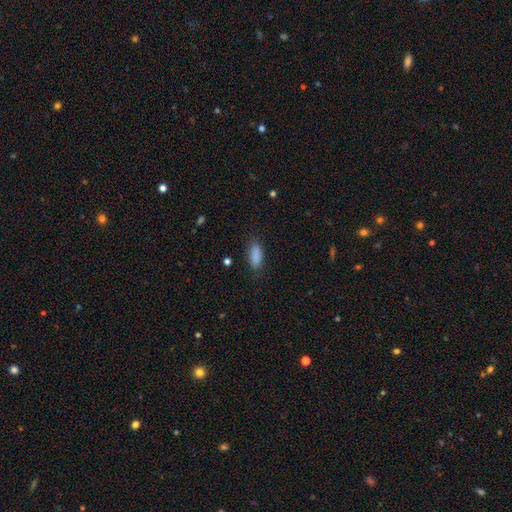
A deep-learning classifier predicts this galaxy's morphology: Smooth or featured: smooth — 88% (star or artifact — 7%)
How rounded: in between — 79% (cigar-shaped — 18%)
Merging: none — 82% (minor disturbance — 13%)